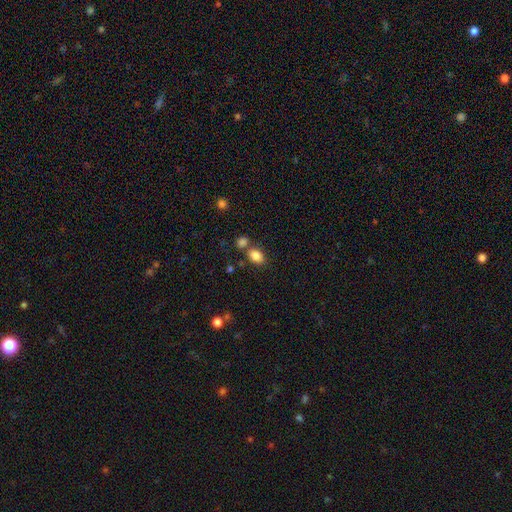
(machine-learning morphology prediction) This is clearly a smooth galaxy (85%). How rounded: likely in between (78%). Merging: likely none (63%).